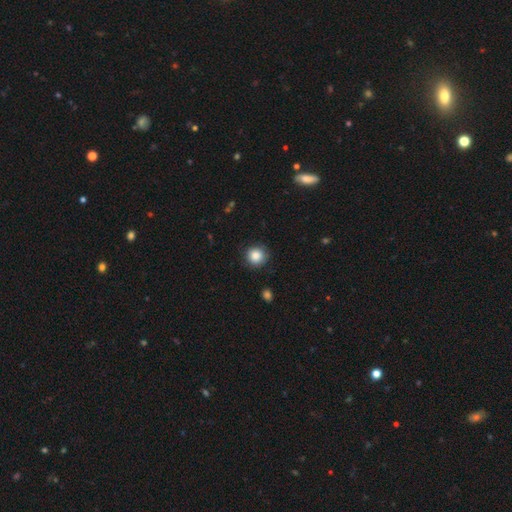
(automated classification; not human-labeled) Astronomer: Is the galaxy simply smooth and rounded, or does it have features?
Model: smooth — 86%.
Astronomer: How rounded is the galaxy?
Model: round — 92%.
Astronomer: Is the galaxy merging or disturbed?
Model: none — 86%.